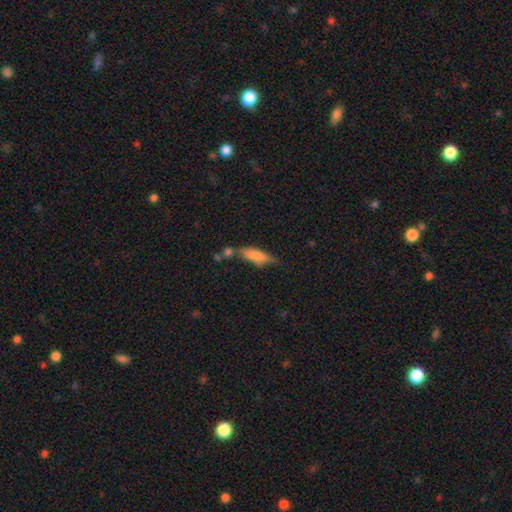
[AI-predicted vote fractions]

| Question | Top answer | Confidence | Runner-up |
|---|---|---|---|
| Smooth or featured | smooth | 76% | featured or disk (17%) |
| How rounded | cigar-shaped | 49% | tied: in between (49%) |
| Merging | none | 49% | minor disturbance (25%) |